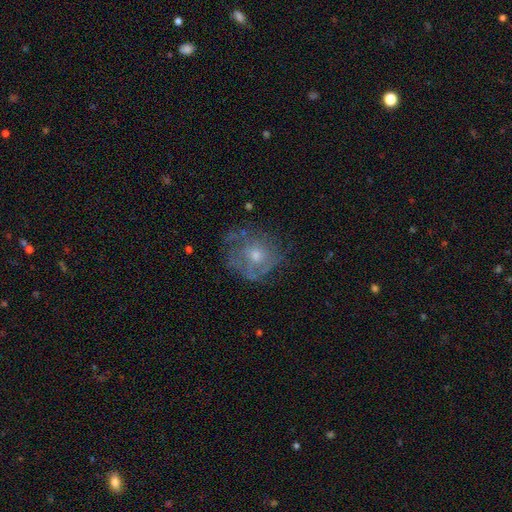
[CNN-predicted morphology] This is possibly a featured or disk galaxy (57%). It is clearly not viewed edge-on (97%). Bar: clearly no (84%). Spiral arm pattern: possibly no (54%). Central bulge: possibly moderate (52%). Merging: possibly none (55%).